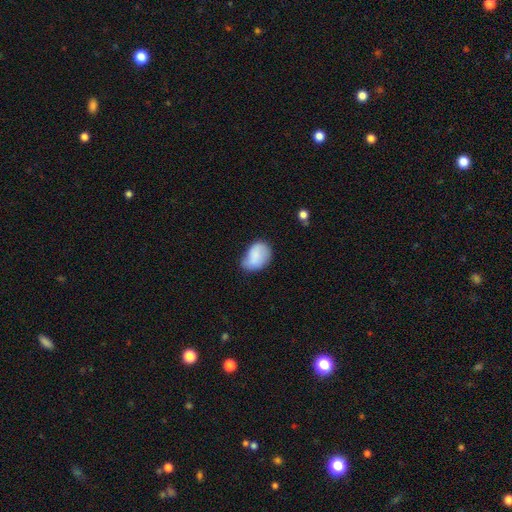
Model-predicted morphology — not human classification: Smooth or featured? smooth (79%)
How rounded? in between (77%)
Merging? none (49%)